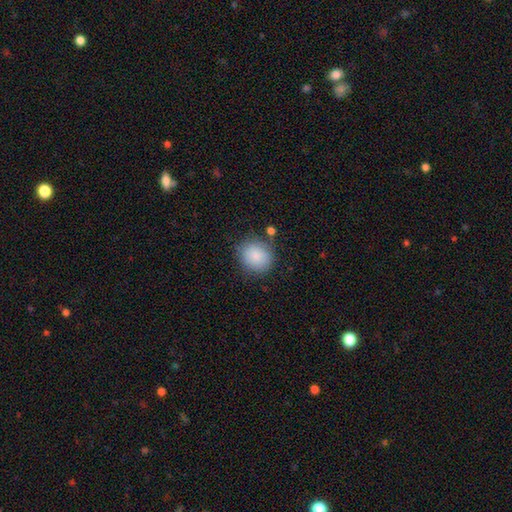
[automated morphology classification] This is clearly a smooth galaxy (87%). How rounded: likely round (80%). Merging: likely none (76%).